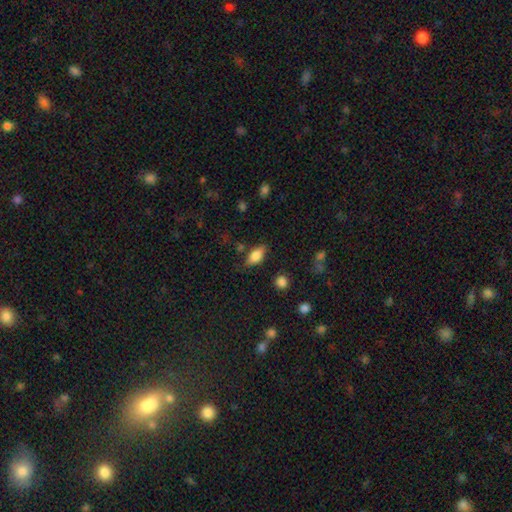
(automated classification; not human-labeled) Smooth or featured?
  - smooth: 81% *
  - featured or disk: 11%
  - star or artifact: 8%
How rounded?
  - in between: 87% *
  - cigar-shaped: 7%
  - round: 5%
Merging?
  - none: 75% *
  - minor disturbance: 17%
  - major disturbance: 4%
  - merger: 3%